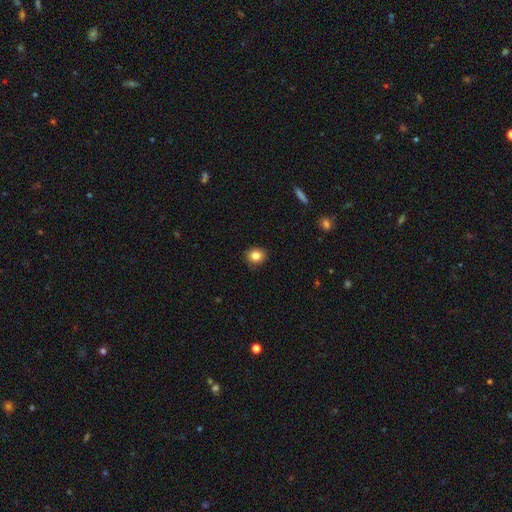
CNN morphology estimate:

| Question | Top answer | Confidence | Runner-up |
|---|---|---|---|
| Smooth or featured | smooth | 83% | star or artifact (10%) |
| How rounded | round | 75% | in between (24%) |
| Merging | none | 86% | minor disturbance (11%) |